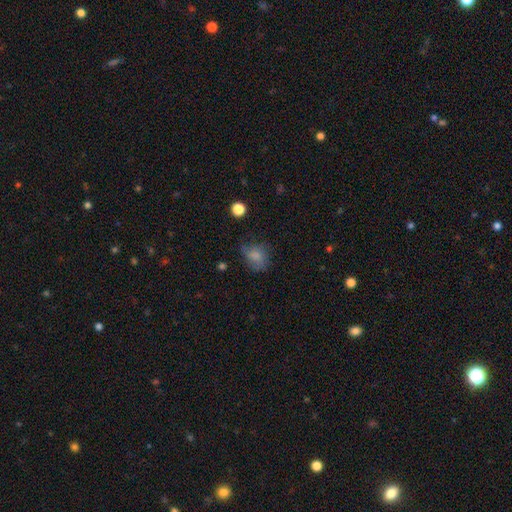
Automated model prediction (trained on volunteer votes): Smooth or featured: smooth — 73% (featured or disk — 15%)
How rounded: in between — 51% (round — 48%)
Merging: none — 48% (minor disturbance — 31%)